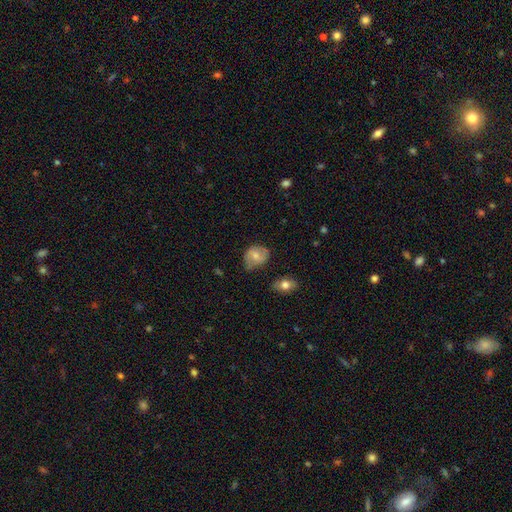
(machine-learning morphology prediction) type=smooth (60%); roundness=in between (51%); merging=none (61%).